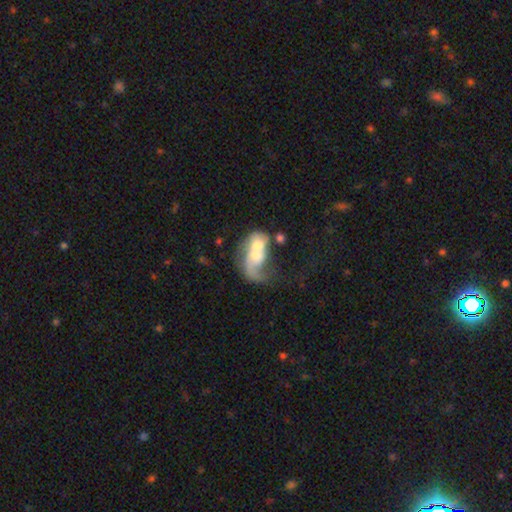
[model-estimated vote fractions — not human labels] featured or disk 59%, smooth 34%, star or artifact 8%. Down the decision tree: edge-on disk — no (97%); bar — no (73%); spiral arms — yes (65%); bulge size — moderate (50%); merging — merger (63%).